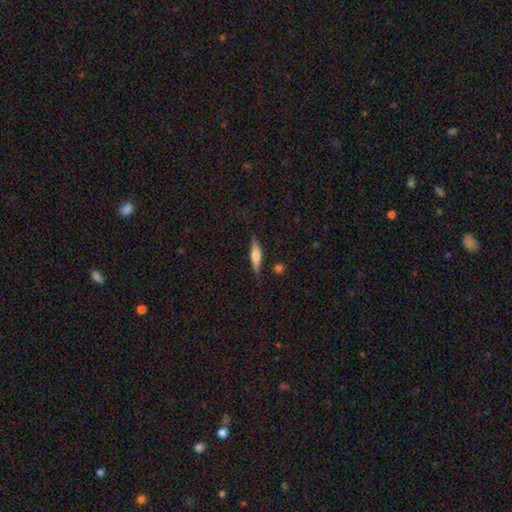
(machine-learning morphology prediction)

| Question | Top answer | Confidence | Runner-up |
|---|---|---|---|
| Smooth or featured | smooth | 51% | featured or disk (43%) |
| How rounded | cigar-shaped | 81% | in between (16%) |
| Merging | none | 84% | minor disturbance (11%) |